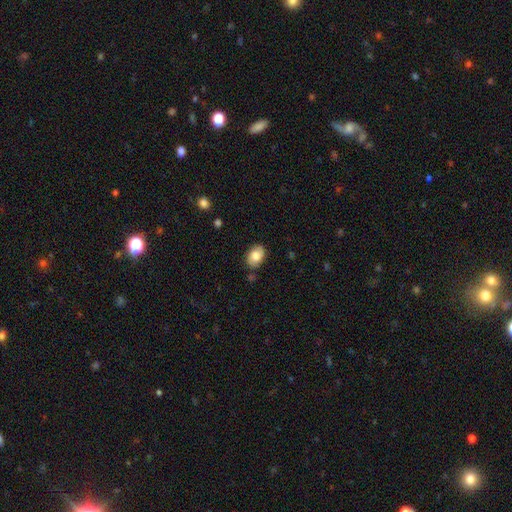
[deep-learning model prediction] This is likely a smooth galaxy (61%). How rounded: likely in between (75%). Merging: likely none (79%).